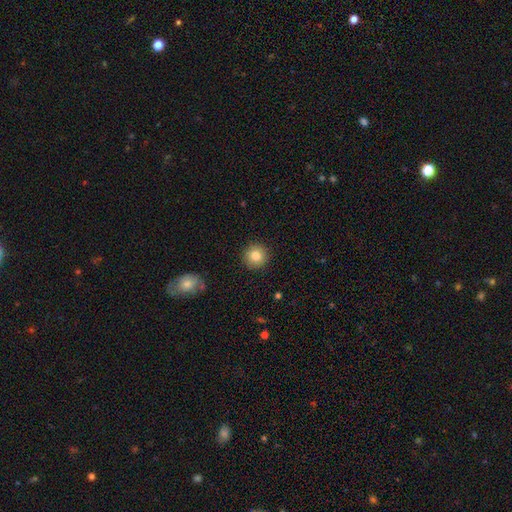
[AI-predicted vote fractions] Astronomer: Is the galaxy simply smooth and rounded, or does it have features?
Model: smooth — 82%.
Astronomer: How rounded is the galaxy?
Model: round — 94%.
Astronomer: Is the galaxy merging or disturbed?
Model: none — 92%.